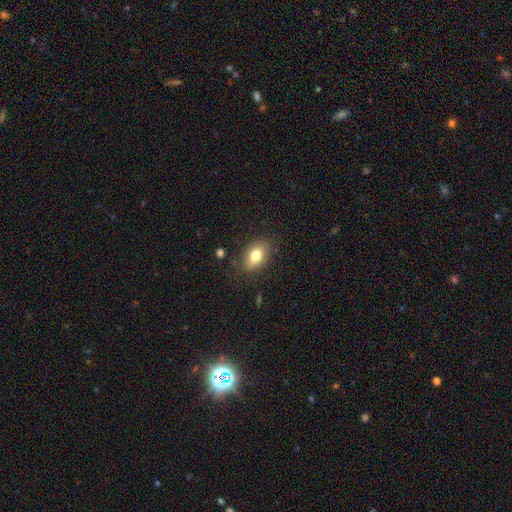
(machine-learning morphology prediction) The model was most divided on "smooth or featured": smooth: 77%, featured or disk: 14%, star or artifact: 9%. More confident: how rounded — in between (83%); merging — none (81%).